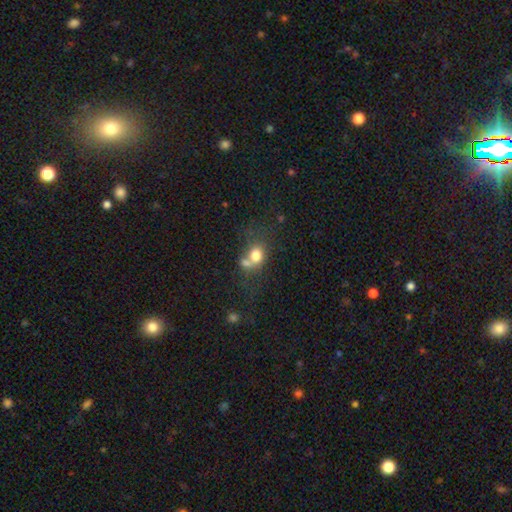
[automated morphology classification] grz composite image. It shows a smooth galaxy with no disk features (73%) that is round (58%). Merging: merger (50%).